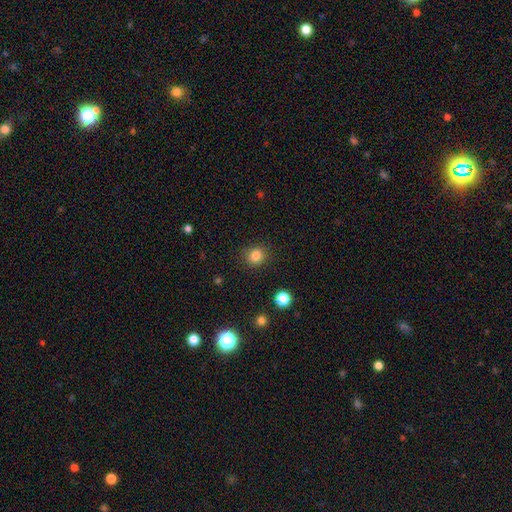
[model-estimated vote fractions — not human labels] Morphology: type=smooth (83%); roundness=round (84%); merging=none (89%).